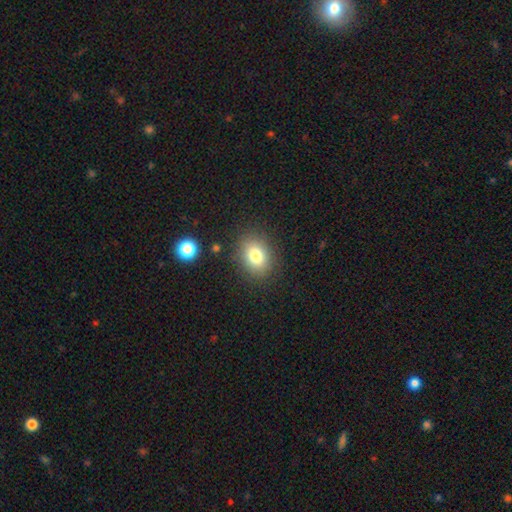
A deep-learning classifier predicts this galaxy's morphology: Smooth or featured?
  - smooth: 79% *
  - star or artifact: 11%
  - featured or disk: 10%
How rounded?
  - in between: 60% *
  - round: 39%
  - cigar-shaped: 1%
Merging?
  - none: 85% *
  - minor disturbance: 10%
  - major disturbance: 4%
  - merger: 2%